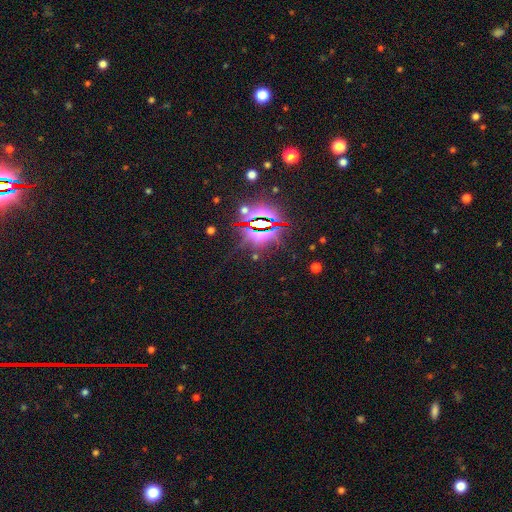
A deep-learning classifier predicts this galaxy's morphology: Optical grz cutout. It shows a star or artifact, not a galaxy (83%).